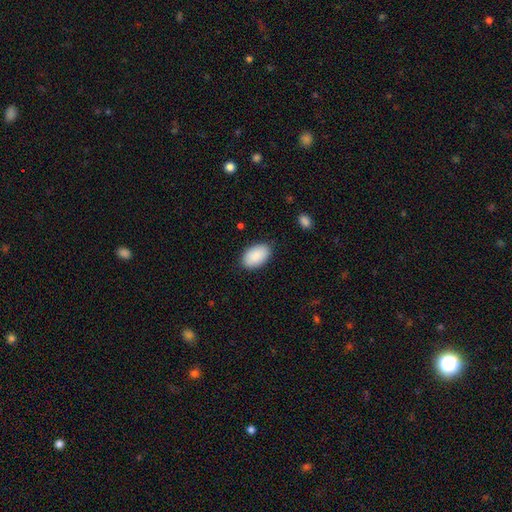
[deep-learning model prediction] Smooth or featured: smooth — 90% (star or artifact — 6%)
How rounded: in between — 95% (round — 4%)
Merging: none — 86% (minor disturbance — 11%)